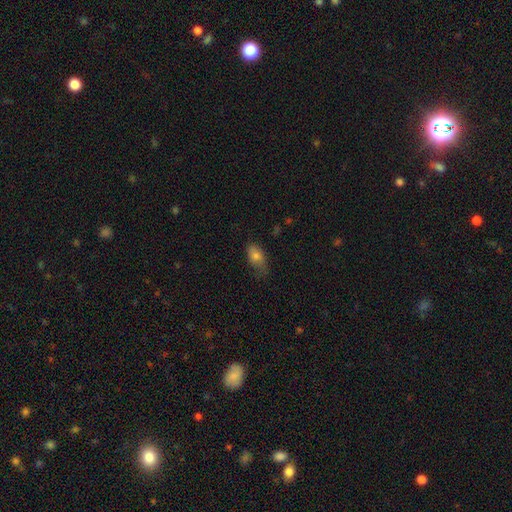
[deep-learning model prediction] smooth 77%, featured or disk 14%, star or artifact 9%. Down the decision tree: how rounded — in between (87%); merging — none (54%).